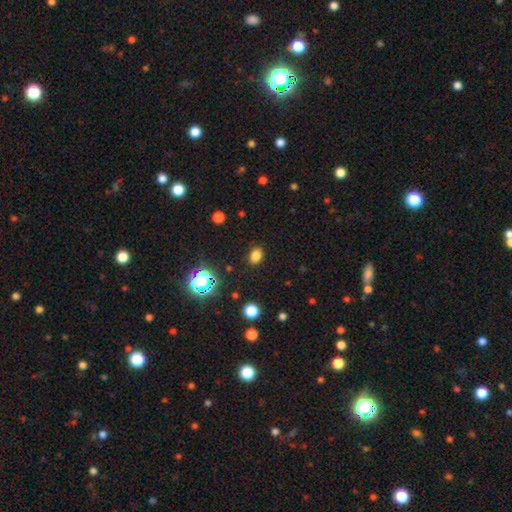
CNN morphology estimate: Smooth or featured?
  - smooth: 80% *
  - star or artifact: 16%
  - featured or disk: 4%
How rounded?
  - in between: 64% *
  - round: 35%
  - cigar-shaped: 1%
Merging?
  - none: 87% *
  - minor disturbance: 8%
  - major disturbance: 3%
  - merger: 1%